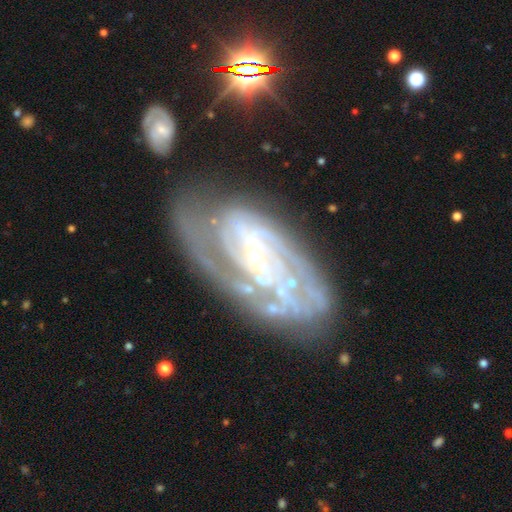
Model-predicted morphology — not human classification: The model was most divided on "bar": no: 41%, weak: 37%, strong: 22%. Remaining: edge-on disk — no (95%); spiral arms — yes (93%); smooth or featured — featured or disk (86%); bulge size — small (80%); spiral winding — tight (62%); merging — none (57%); spiral arm count — can't tell (34%).